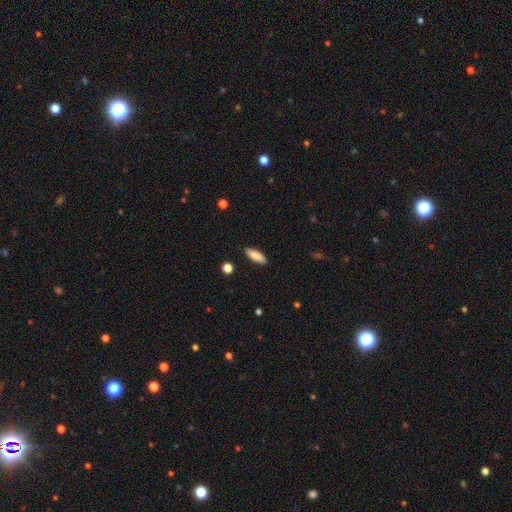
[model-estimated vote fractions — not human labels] smooth-or-featured: smooth: 86% | featured or disk: 8% | star or artifact: 6%
  how-rounded: in between: 59% | cigar-shaped: 39% | round: 2%
  merging: none: 88% | minor disturbance: 9% | major disturbance: 2% | merger: 1%